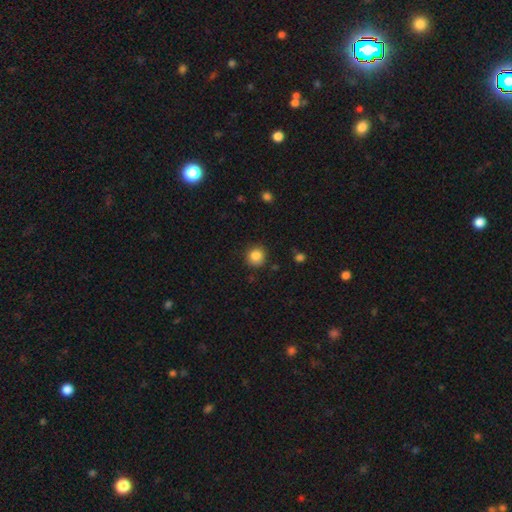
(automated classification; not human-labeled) A smooth galaxy with no disk features (85%) that is round (91%).

Vote fractions:
- Smooth or featured? smooth: 85% / star or artifact: 10% / featured or disk: 5%
- How rounded? round: 91% / in between: 9% / cigar-shaped: 1%
- Merging? none: 86% / minor disturbance: 10% / major disturbance: 2% / merger: 2%